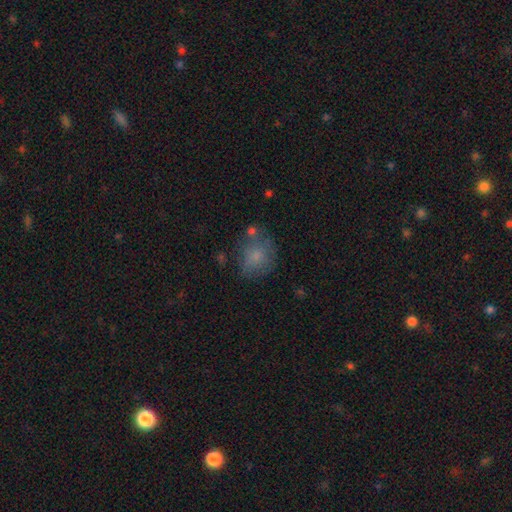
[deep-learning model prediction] A smooth galaxy with no disk features (73%) that is round (63%).

Vote fractions:
- Smooth or featured? smooth: 73% / featured or disk: 16% / star or artifact: 11%
- How rounded? round: 63% / in between: 36% / cigar-shaped: 1%
- Merging? none: 59% / minor disturbance: 22% / major disturbance: 11% / merger: 8%